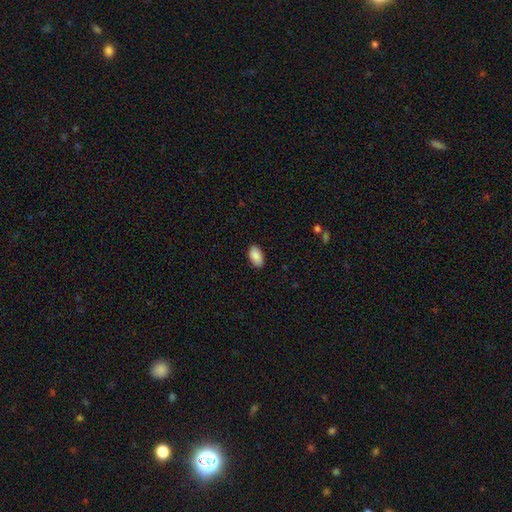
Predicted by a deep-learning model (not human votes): smooth_or_featured: smooth (p=0.89) [alt: star or artifact p=0.07]
how_rounded: in between (p=0.95) [alt: round p=0.04]
merging: none (p=0.88) [alt: minor disturbance p=0.09]